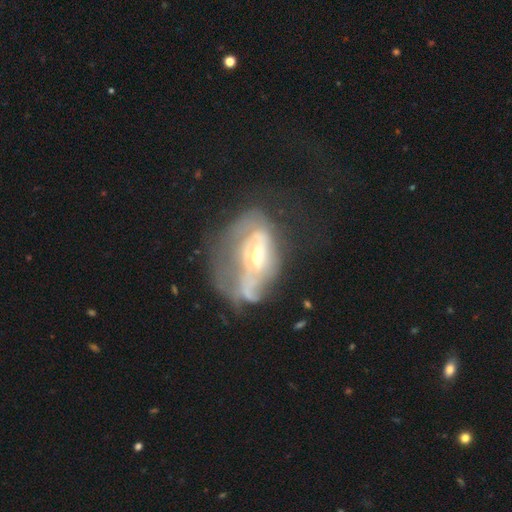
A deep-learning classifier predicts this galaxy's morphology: Smooth or featured: featured or disk — 66% (smooth — 24%)
Edge-on disk: no — 94% (yes — 6%)
Bar: no — 68% (weak — 24%)
Spiral arms: no — 55% (yes — 45%)
Bulge size: small — 51% (moderate — 42%)
Merging: major disturbance — 50% (none — 19%)